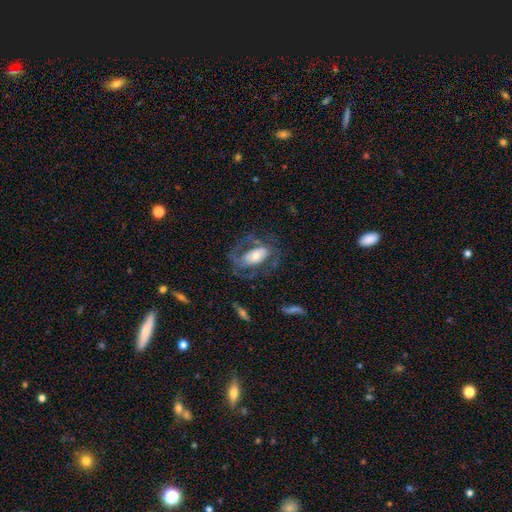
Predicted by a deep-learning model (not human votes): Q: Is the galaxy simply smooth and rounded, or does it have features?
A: featured or disk — 64%.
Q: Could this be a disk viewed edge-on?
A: no — 93%.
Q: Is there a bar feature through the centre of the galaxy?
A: no — 53%.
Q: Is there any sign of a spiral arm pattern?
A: yes — 65%.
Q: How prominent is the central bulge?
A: moderate — 47%.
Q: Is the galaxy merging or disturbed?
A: none — 49%.